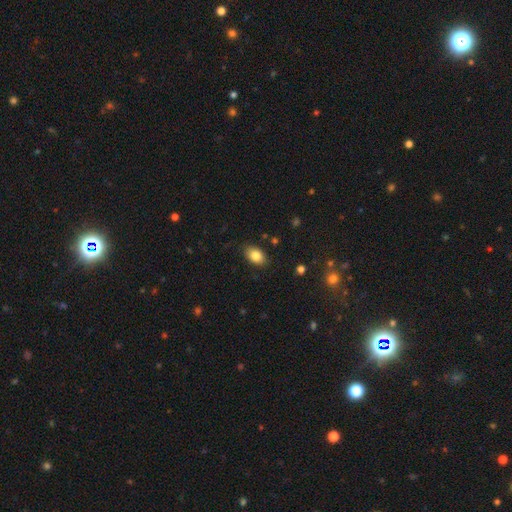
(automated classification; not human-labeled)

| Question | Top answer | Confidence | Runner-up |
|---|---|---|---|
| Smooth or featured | smooth | 84% | star or artifact (8%) |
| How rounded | in between | 86% | round (12%) |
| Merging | none | 85% | minor disturbance (11%) |